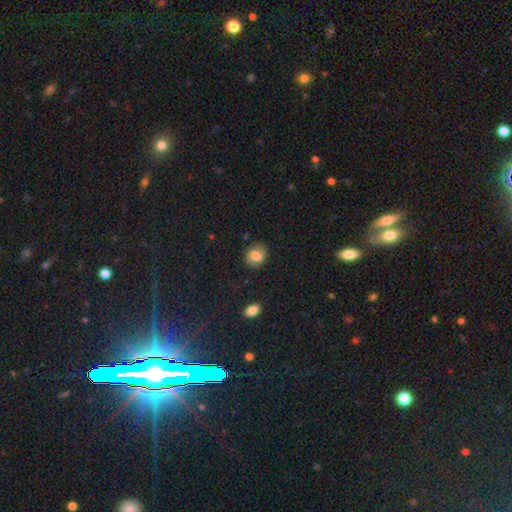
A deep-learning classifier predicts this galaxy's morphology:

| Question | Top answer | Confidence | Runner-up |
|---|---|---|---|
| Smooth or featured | smooth | 66% | featured or disk (24%) |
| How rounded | round | 57% | in between (42%) |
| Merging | none | 75% | minor disturbance (18%) |